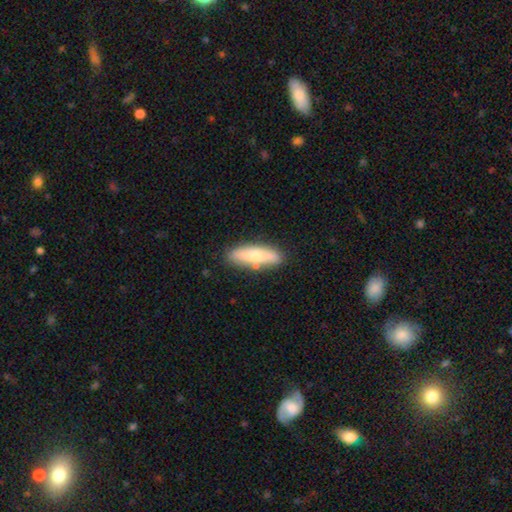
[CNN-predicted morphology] type=smooth (68%); roundness=cigar-shaped (58%); merging=none (79%).